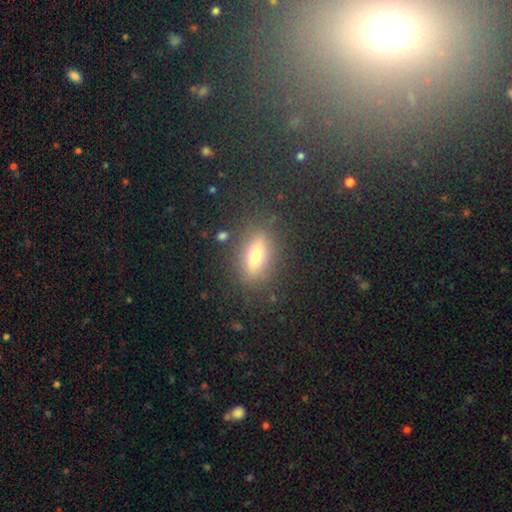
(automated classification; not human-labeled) Overall: smooth (60%; featured or disk 27%). How rounded: in between (72%). Merging: none (80%).